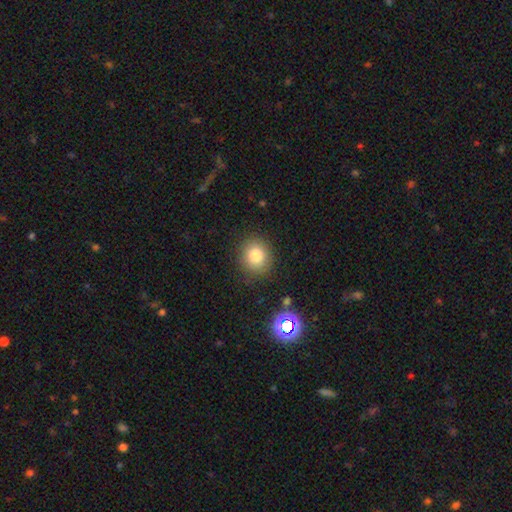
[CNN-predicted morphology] smooth 80%, star or artifact 12%, featured or disk 8%. Down the decision tree: how rounded — round (82%); merging — none (87%).